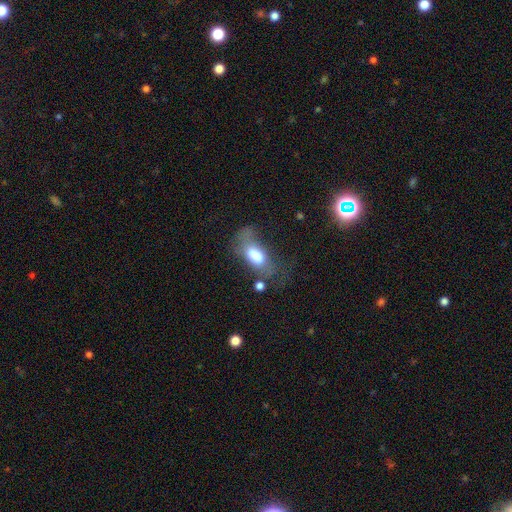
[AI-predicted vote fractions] A smooth galaxy with no disk features (64%) that is in between round and cigar-shaped (86%). Merging: major disturbance (40%).